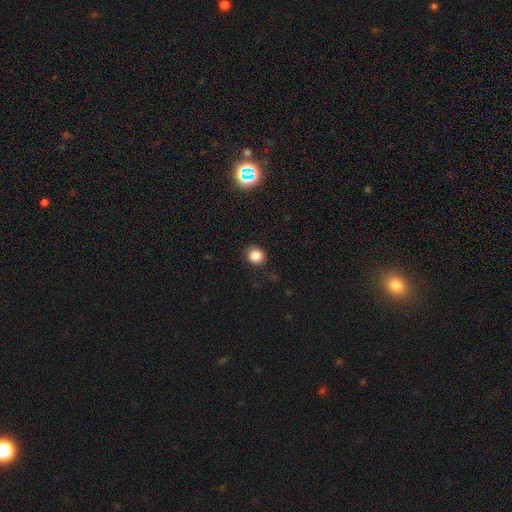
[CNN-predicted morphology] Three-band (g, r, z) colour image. It shows a smooth galaxy with no disk features (83%) that is round (86%). Merging: none (87%).